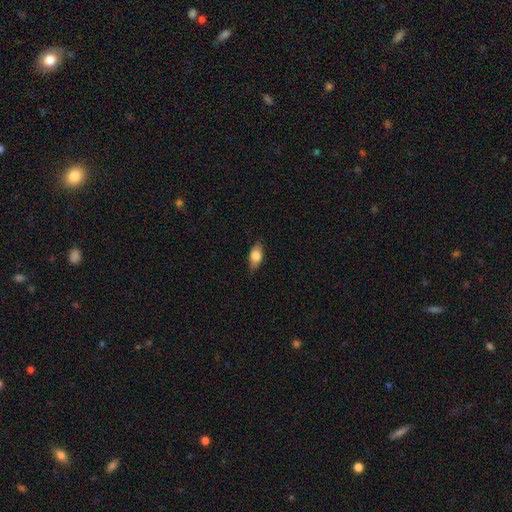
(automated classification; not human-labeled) Q: Smooth or featured?
A: smooth (75%); runner-up: featured or disk (18%)
Q: How rounded?
A: in between (85%); runner-up: cigar-shaped (10%)
Q: Merging?
A: none (80%); runner-up: minor disturbance (16%)